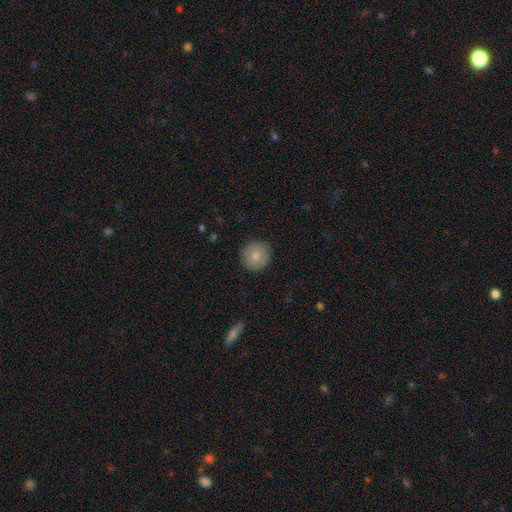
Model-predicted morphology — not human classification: Smooth or featured? Predicted: smooth (p=0.80). How rounded? Predicted: round (p=0.94). Merging? Predicted: none (p=0.91).